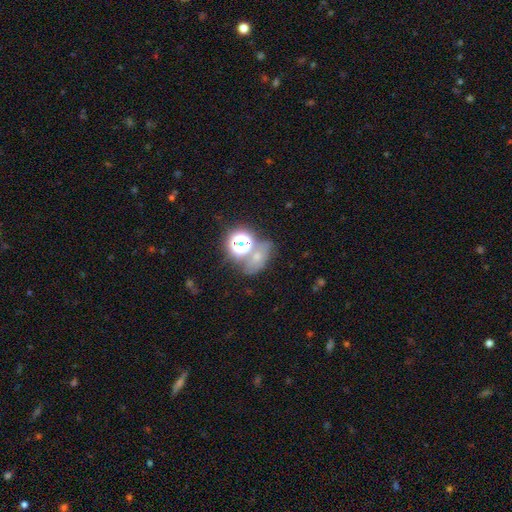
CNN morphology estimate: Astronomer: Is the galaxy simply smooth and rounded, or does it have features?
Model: smooth — 51% (runner-up: star or artifact, 33%).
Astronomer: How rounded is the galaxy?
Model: in between — 51% (runner-up: round, 45%).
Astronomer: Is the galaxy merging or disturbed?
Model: none — 50% (runner-up: merger, 25%).